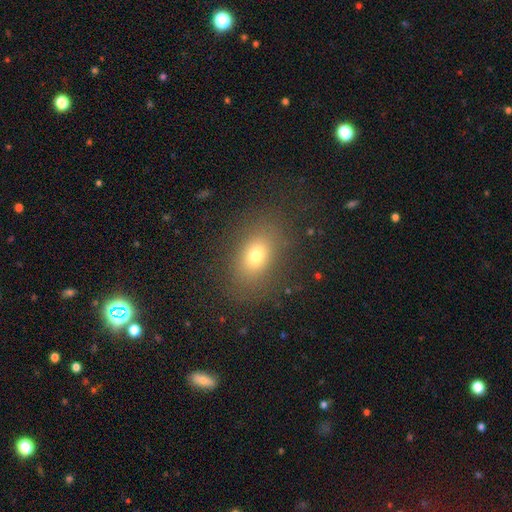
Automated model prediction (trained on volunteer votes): A smooth galaxy with no disk features (71%) that is in between round and cigar-shaped (75%). Merging: none (80%).